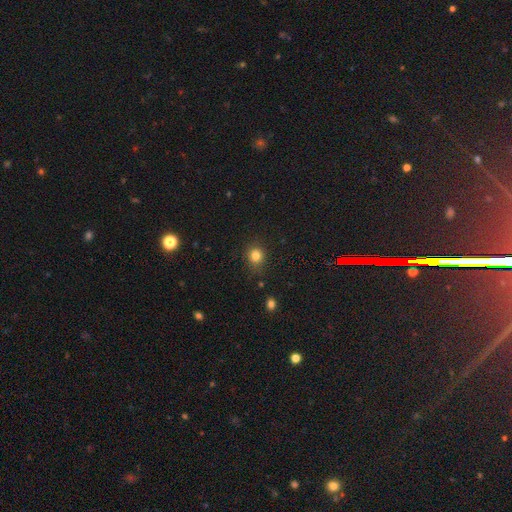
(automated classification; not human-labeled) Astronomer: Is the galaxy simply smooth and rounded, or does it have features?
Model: smooth — 82%.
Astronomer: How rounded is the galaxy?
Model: round — 81%.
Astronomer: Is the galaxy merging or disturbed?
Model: none — 81%.